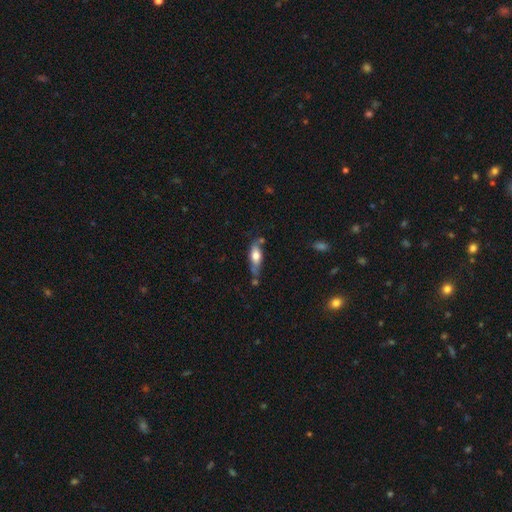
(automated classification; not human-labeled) This is possibly a smooth galaxy (60%). How rounded: likely in between (65%). Merging: possibly none (50%).